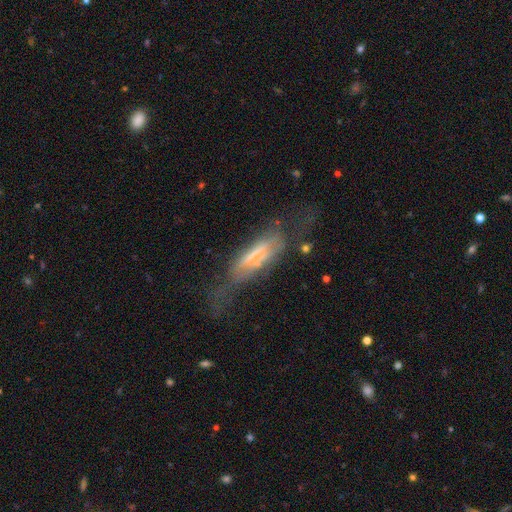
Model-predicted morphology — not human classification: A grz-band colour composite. It shows a featured or disk galaxy (54%) viewed edge-on (68%). Merging: none (39%).